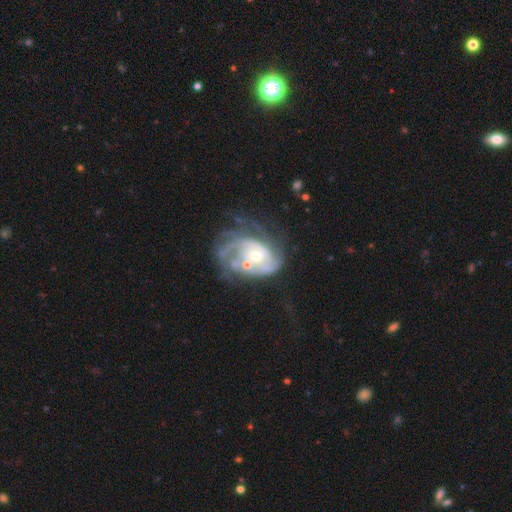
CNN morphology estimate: Smooth or featured: featured or disk — 83% (smooth — 10%)
Edge-on disk: no — 97% (yes — 3%)
Bar: no — 69% (weak — 26%)
Spiral arms: yes — 88% (no — 12%)
Spiral winding: tight — 51% (medium — 34%)
Spiral arm count: can't tell — 37% (2 — 25%)
Bulge size: moderate — 54% (small — 38%)
Merging: none — 34% (major disturbance — 28%)